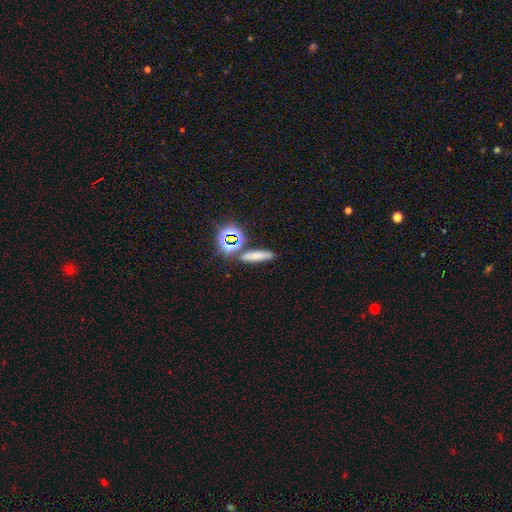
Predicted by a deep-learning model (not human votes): Overall: smooth (63%; star or artifact 24%). How rounded: cigar-shaped (63%; in between 25%). Merging: none (75%).